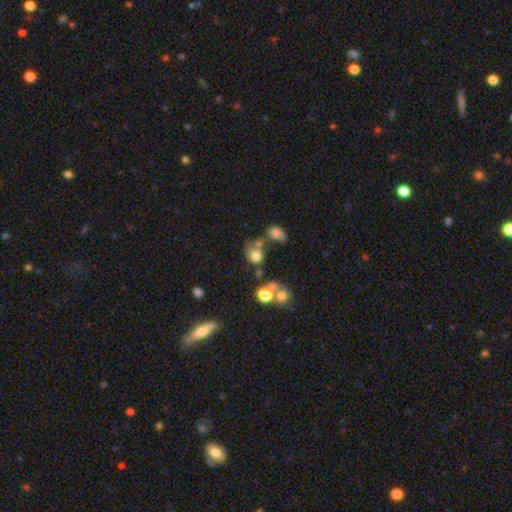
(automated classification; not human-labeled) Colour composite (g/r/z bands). It shows a smooth galaxy with no disk features (70%) that is round (71%). Merging: none (38%).